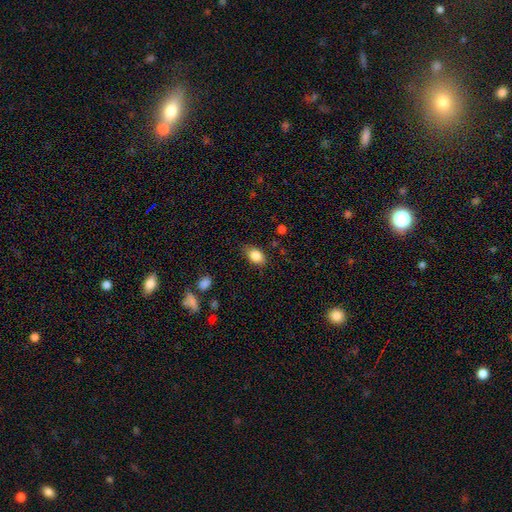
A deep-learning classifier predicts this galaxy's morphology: A smooth galaxy with no disk features (85%) that is in between round and cigar-shaped (81%). Merging: none (78%).